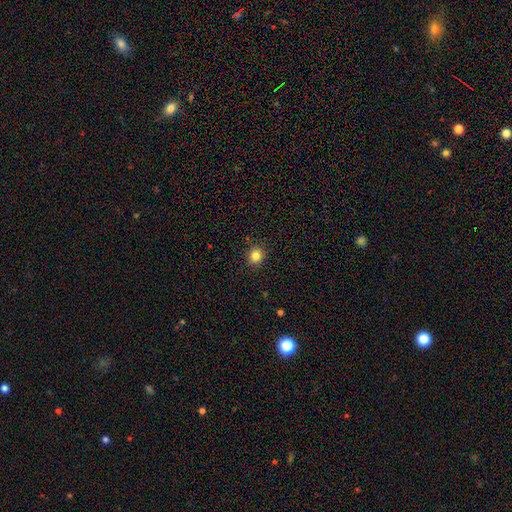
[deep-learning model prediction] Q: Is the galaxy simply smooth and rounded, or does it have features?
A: smooth — 83%.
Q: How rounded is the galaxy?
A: round — 81%.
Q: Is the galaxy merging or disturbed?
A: none — 90%.